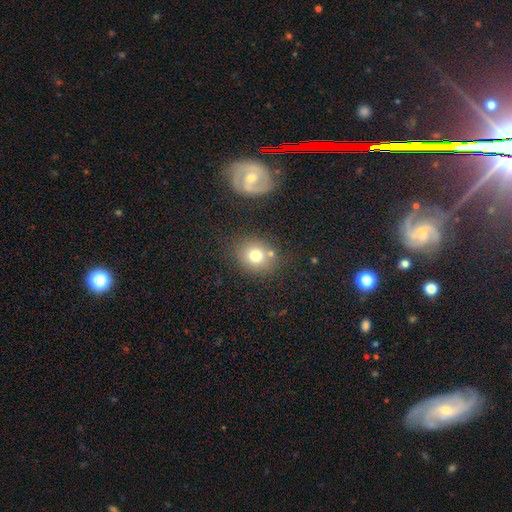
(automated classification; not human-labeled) Smooth or featured: smooth — 76% (featured or disk — 13%)
How rounded: round — 67% (in between — 32%)
Merging: none — 73% (minor disturbance — 12%)